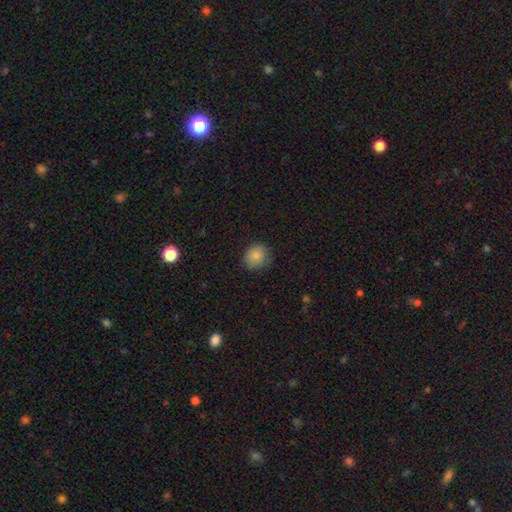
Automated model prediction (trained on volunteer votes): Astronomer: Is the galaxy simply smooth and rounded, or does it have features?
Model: smooth — 84%.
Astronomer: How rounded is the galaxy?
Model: round — 72%.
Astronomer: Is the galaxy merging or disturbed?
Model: none — 78%.